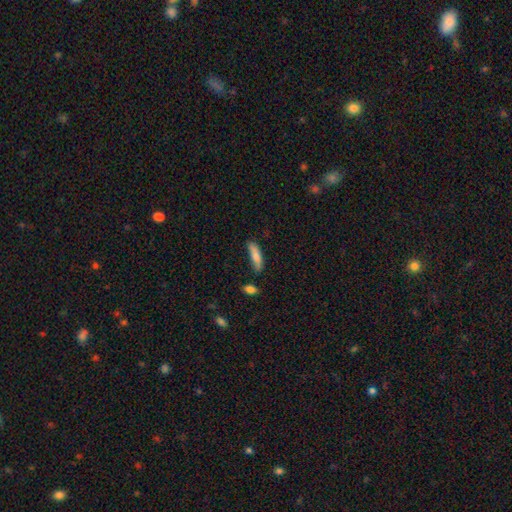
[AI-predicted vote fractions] Q: Smooth or featured?
A: smooth (80%); runner-up: featured or disk (14%)
Q: How rounded?
A: cigar-shaped (64%); runner-up: in between (34%)
Q: Merging?
A: none (67%); runner-up: minor disturbance (23%)